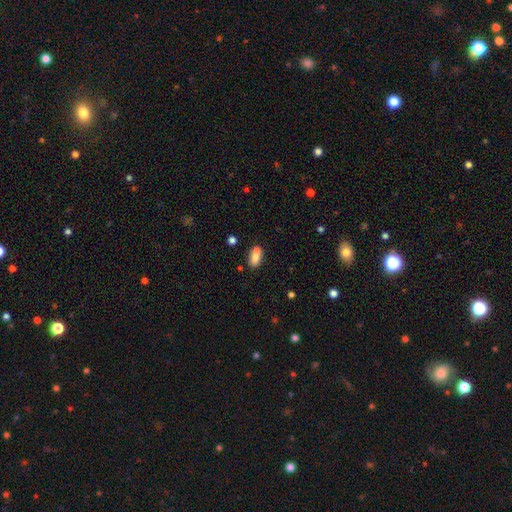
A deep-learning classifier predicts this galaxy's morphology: This appears to be a smooth galaxy with no disk features (78%) that is in between round and cigar-shaped (85%). Merging: none (49%).